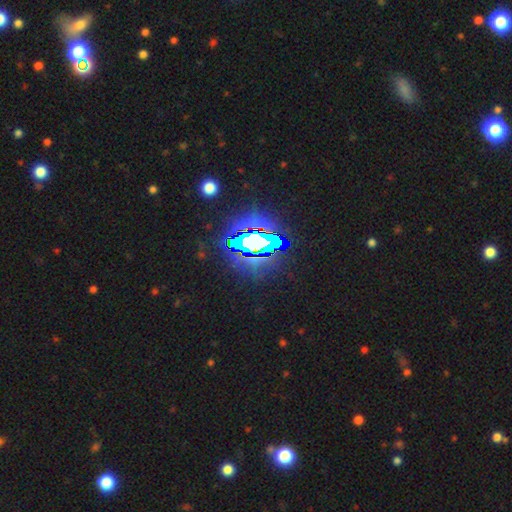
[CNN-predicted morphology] Smooth or featured: star or artifact — 71% (featured or disk — 16%)